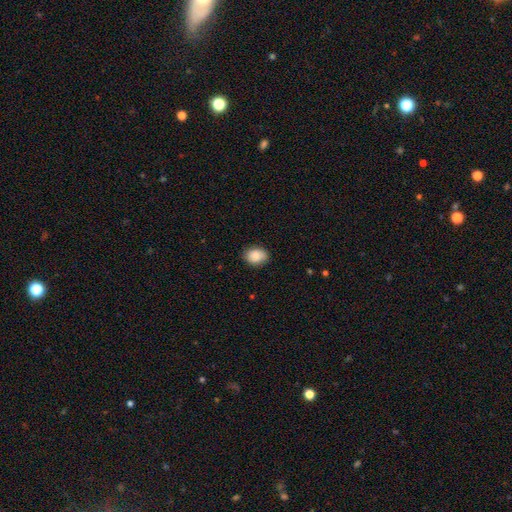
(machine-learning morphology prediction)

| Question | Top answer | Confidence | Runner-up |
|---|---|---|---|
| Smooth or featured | smooth | 85% | featured or disk (8%) |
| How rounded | in between | 66% | round (33%) |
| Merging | none | 82% | minor disturbance (14%) |